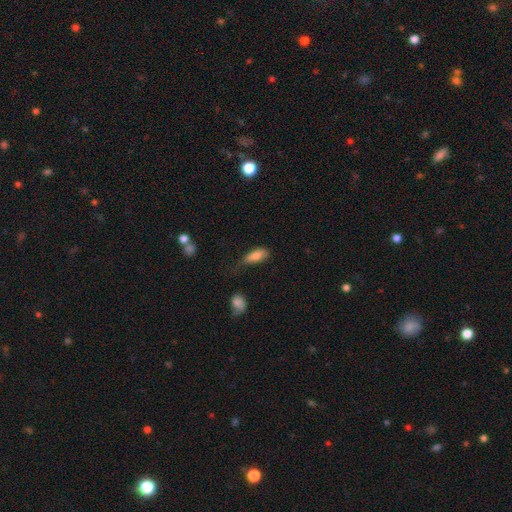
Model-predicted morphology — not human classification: A smooth galaxy with no disk features (79%) that is in between round and cigar-shaped (81%).

Vote fractions:
- Smooth or featured? smooth: 79% / featured or disk: 13% / star or artifact: 8%
- How rounded? in between: 81% / cigar-shaped: 16% / round: 3%
- Merging? none: 42% / minor disturbance: 35% / major disturbance: 18% / merger: 5%